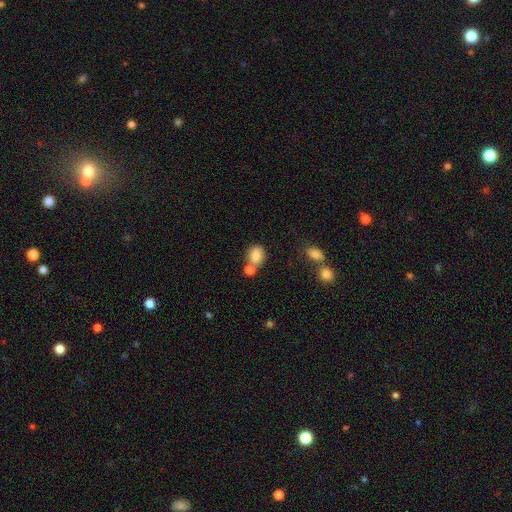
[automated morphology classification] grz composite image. It shows a smooth galaxy with no disk features (84%) that is in between round and cigar-shaped (58%). Merging: none (52%).